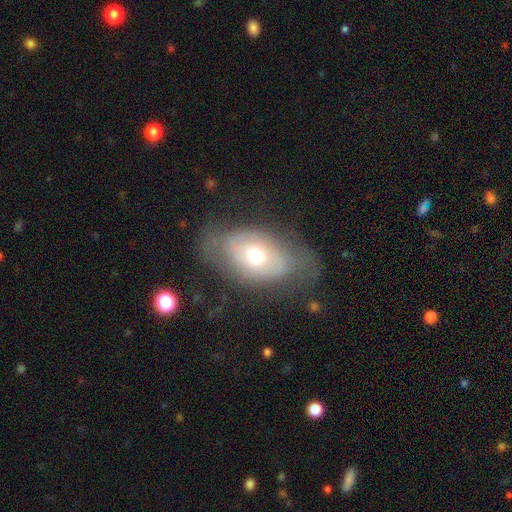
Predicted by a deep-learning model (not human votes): Q: Smooth or featured?
A: featured or disk (54%); runner-up: smooth (38%)
Q: Edge-on disk?
A: no (91%); runner-up: yes (9%)
Q: Merging?
A: none (54%); runner-up: minor disturbance (26%)